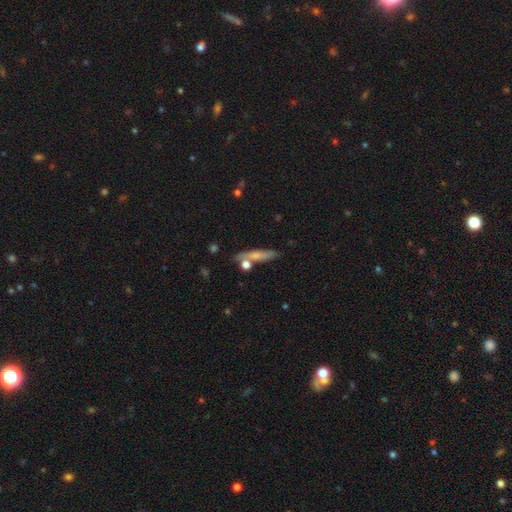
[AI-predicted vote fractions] The model was most divided on "smooth or featured": smooth: 59%, featured or disk: 32%, star or artifact: 8%. More confident: how rounded — cigar-shaped (84%); merging — none (71%).